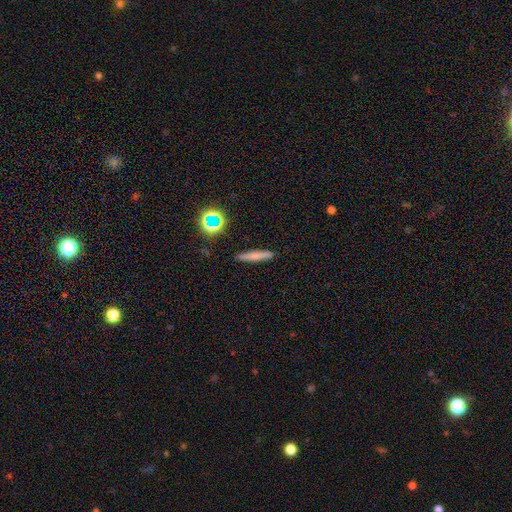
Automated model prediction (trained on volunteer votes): smooth 70%, featured or disk 19%, star or artifact 11%. Down the decision tree: how rounded — cigar-shaped (91%); merging — none (88%).